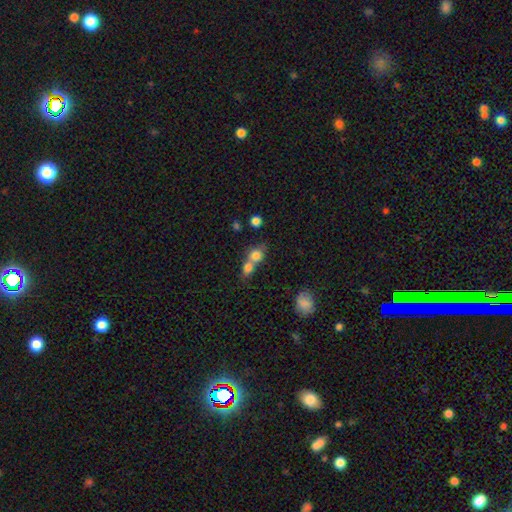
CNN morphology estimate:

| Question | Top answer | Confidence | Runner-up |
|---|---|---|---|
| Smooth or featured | smooth | 78% | featured or disk (12%) |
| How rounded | round | 71% | in between (27%) |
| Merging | merger | 63% | none (27%) |